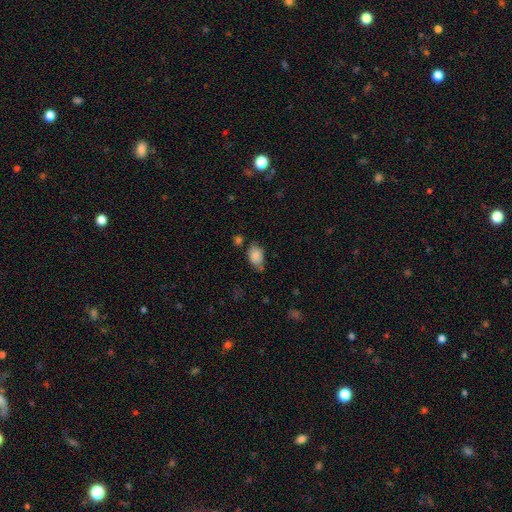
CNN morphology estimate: smooth-or-featured: smooth: 83% | featured or disk: 9% | star or artifact: 8%
  how-rounded: in between: 87% | round: 12% | cigar-shaped: 2%
  merging: none: 57% | minor disturbance: 29% | major disturbance: 8% | merger: 6%